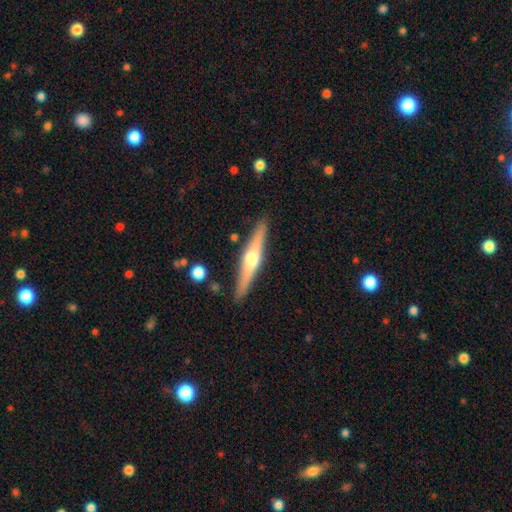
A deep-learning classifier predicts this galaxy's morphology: A featured or disk galaxy (71%) viewed edge-on (97%) with a rounded central bulge (92%).

Vote fractions:
- Smooth or featured? featured or disk: 71% / smooth: 23% / star or artifact: 6%
- Edge-on disk? yes: 97% / no: 3%
- Edge-on bulge? rounded: 92% / none: 4% / boxy: 4%
- Merging? none: 90% / minor disturbance: 7% / merger: 2% / major disturbance: 1%